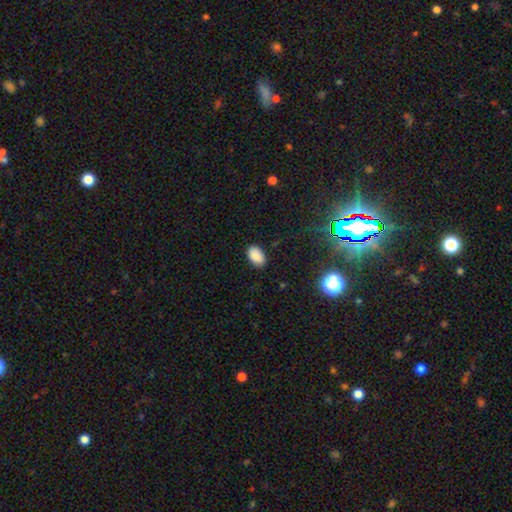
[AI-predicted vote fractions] Morphology: type=smooth (87%); roundness=in between (92%); merging=none (86%).